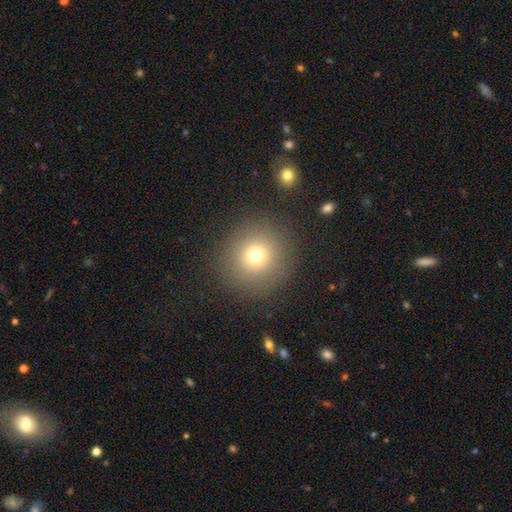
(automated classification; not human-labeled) smooth_or_featured: smooth (p=0.72) [alt: star or artifact p=0.17]
how_rounded: round (p=0.93) [alt: in between p=0.06]
merging: none (p=0.89) [alt: minor disturbance p=0.06]